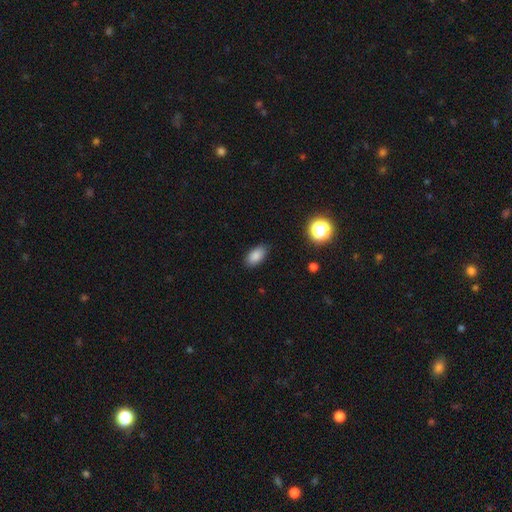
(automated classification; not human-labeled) This is clearly a smooth galaxy (85%). How rounded: clearly in between (91%). Merging: clearly none (83%).